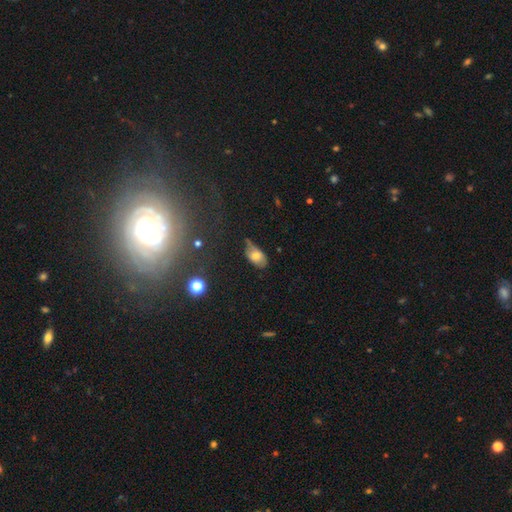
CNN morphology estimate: Smooth or featured? smooth (67%)
How rounded? in between (91%)
Merging? none (45%)